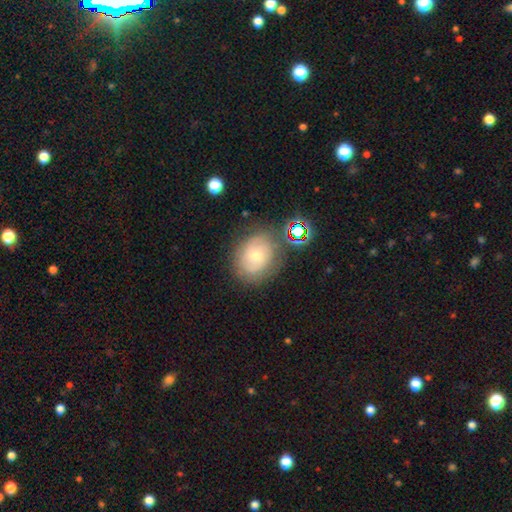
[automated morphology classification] Smooth or featured: featured or disk — 46% (smooth — 41%)
Merging: none — 68% (minor disturbance — 19%)